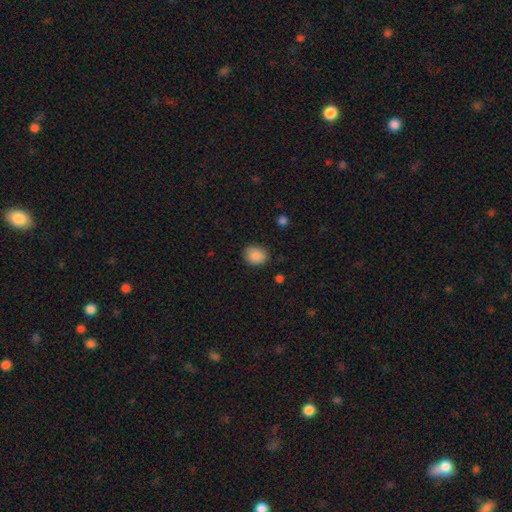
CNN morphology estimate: smooth-or-featured: smooth: 88% | star or artifact: 8% | featured or disk: 4%
  how-rounded: round: 58% | in between: 41% | cigar-shaped: 1%
  merging: none: 85% | minor disturbance: 11% | major disturbance: 3% | merger: 1%